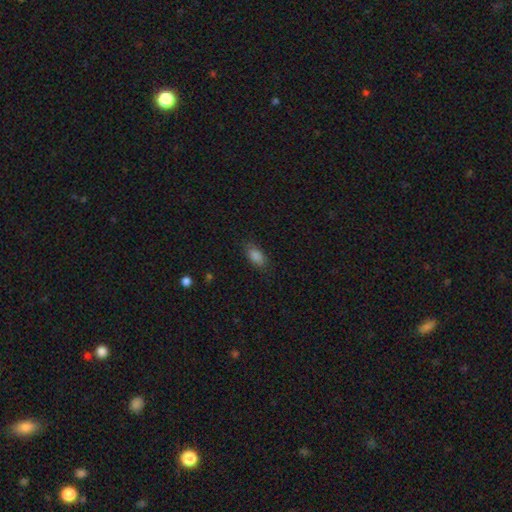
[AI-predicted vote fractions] A smooth galaxy with no disk features (84%) that is in between round and cigar-shaped (88%). Merging: none (82%).